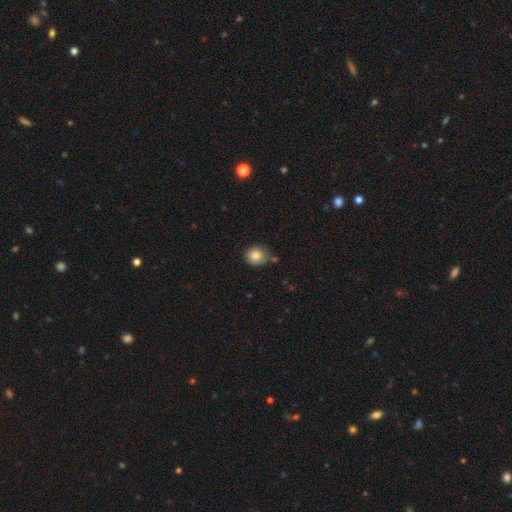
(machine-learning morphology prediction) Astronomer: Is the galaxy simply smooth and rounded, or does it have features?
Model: smooth — 83%.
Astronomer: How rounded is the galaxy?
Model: round — 83%.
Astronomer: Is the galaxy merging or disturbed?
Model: none — 69%.